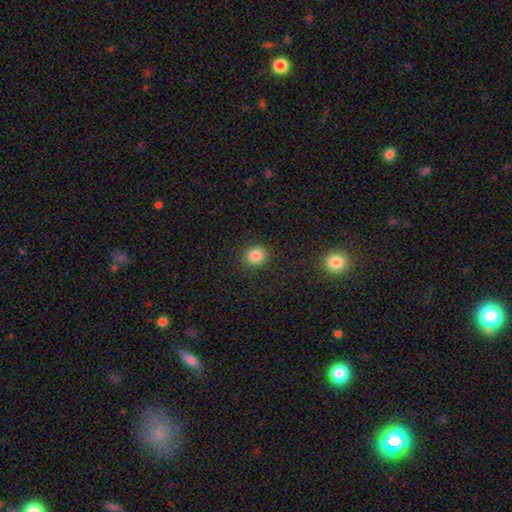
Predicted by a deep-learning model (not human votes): A smooth galaxy with no disk features (84%) that is round (91%). Merging: none (90%).